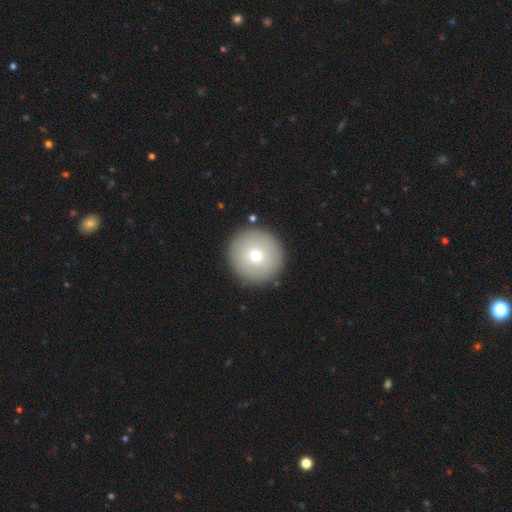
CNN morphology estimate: Smooth or featured: smooth — 72% (featured or disk — 18%)
How rounded: round — 96% (in between — 3%)
Merging: none — 91% (minor disturbance — 5%)